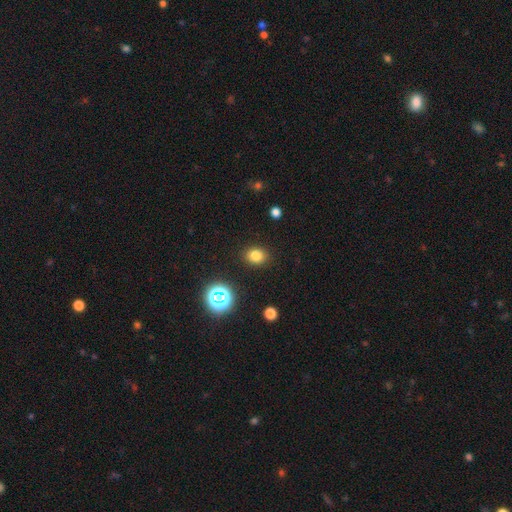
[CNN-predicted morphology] A smooth galaxy with no disk features (79%) that is in between round and cigar-shaped (50%).

Vote fractions:
- Smooth or featured? smooth: 79% / star or artifact: 15% / featured or disk: 6%
- How rounded? in between: 50% / round: 49% / cigar-shaped: 1%
- Merging? none: 88% / minor disturbance: 8% / major disturbance: 3% / merger: 1%